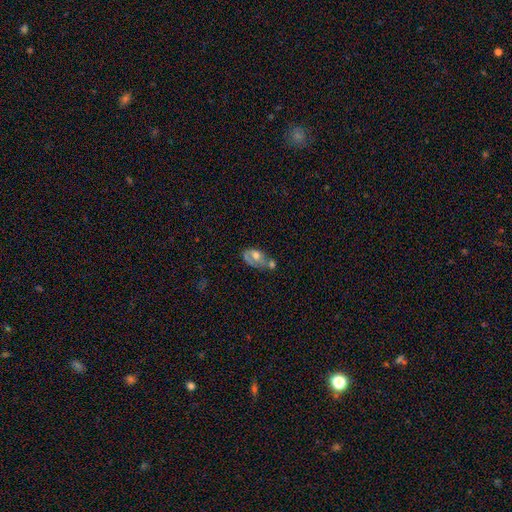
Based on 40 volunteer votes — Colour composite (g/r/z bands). It shows a featured or disk galaxy (68%) with no bar (96%), 1 (75%) tight (45%) spiral arms (77%) and a moderate central bulge (58%). Merging: merger (62%).